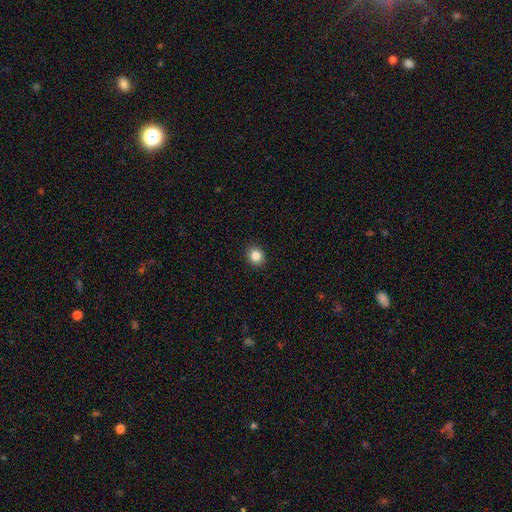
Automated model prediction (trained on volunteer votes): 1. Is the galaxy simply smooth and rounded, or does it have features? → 85% smooth, 10% star or artifact, 5% featured or disk.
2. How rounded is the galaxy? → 77% round, 23% in between, 1% cigar-shaped.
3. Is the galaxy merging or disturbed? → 92% none, 5% minor disturbance, 2% major disturbance, 1% merger.